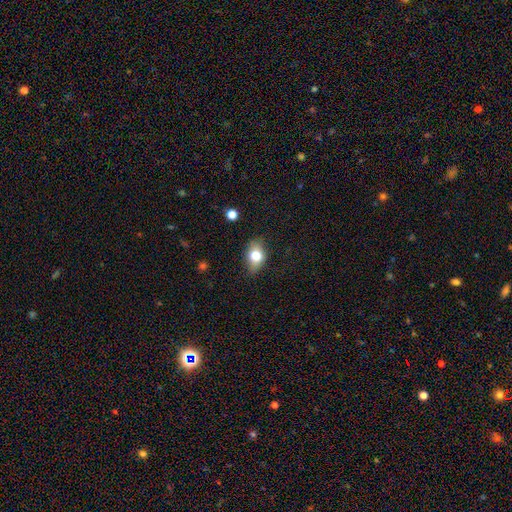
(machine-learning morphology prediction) A smooth galaxy with no disk features (72%) that is in between round and cigar-shaped (77%). Merging: none (78%).